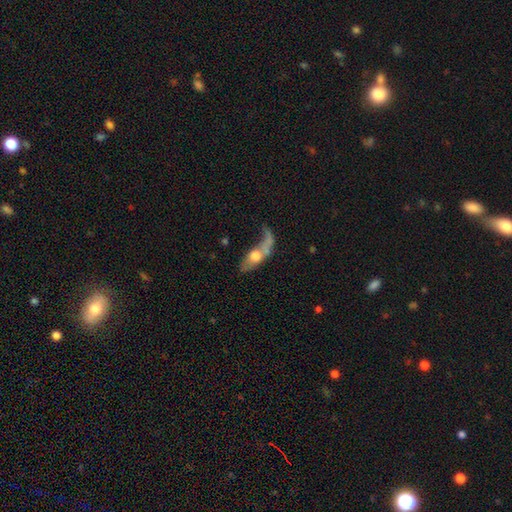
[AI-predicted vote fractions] Smooth or featured? smooth (50%)
How rounded? in between (65%)
Merging? major disturbance (39%)